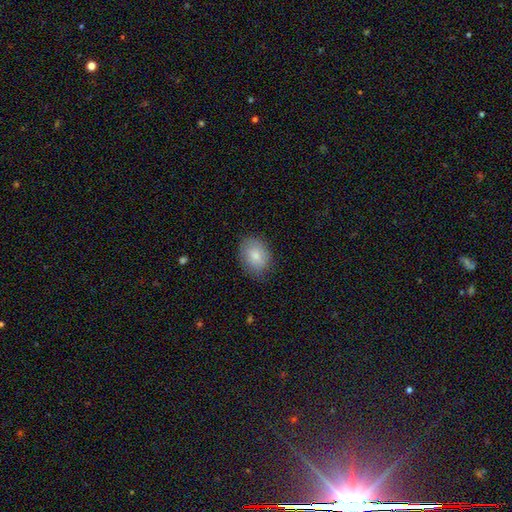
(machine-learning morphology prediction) Q: Smooth or featured?
A: smooth (82%); runner-up: featured or disk (11%)
Q: How rounded?
A: in between (67%); runner-up: round (32%)
Q: Merging?
A: none (78%); runner-up: minor disturbance (17%)